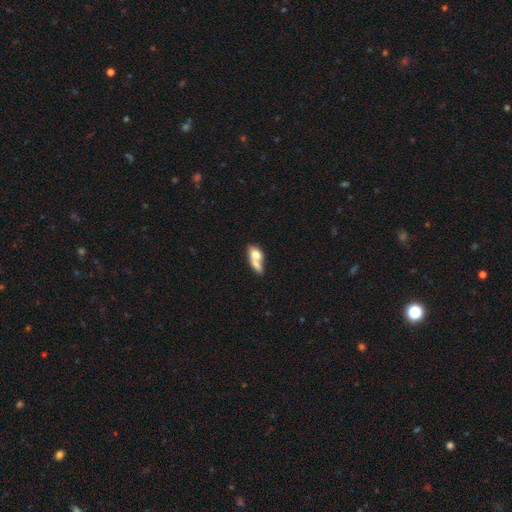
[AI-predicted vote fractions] A smooth galaxy with no disk features (66%) that is in between round and cigar-shaped (73%).

Vote fractions:
- Smooth or featured? smooth: 66% / featured or disk: 27% / star or artifact: 7%
- How rounded? in between: 73% / cigar-shaped: 16% / round: 11%
- Merging? merger: 61% / none: 22% / minor disturbance: 10% / major disturbance: 7%